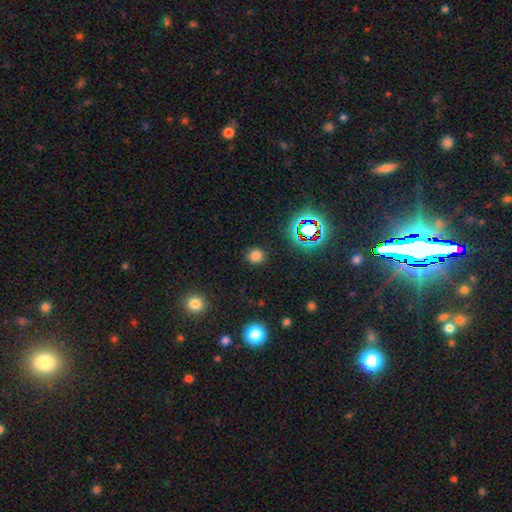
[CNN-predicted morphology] This is likely a smooth galaxy (74%). How rounded: clearly round (90%). Merging: clearly none (89%).